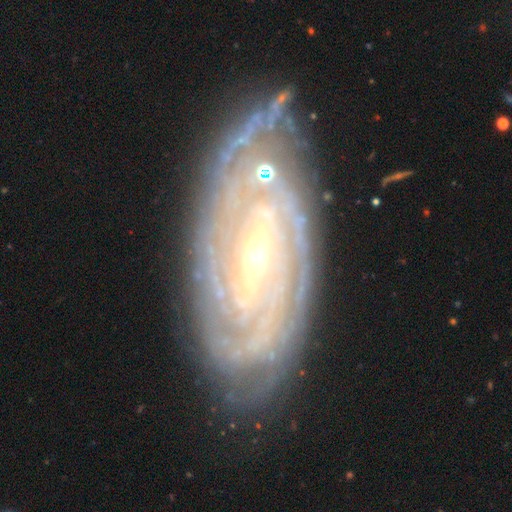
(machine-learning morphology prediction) A featured or disk galaxy (89%) with a weak bar (38%), tight (76%) spiral arms (97%) and a small central bulge (75%).

Vote fractions:
- Smooth or featured? featured or disk: 89% / star or artifact: 5% / smooth: 5%
- Edge-on disk? no: 94% / yes: 6%
- Bar? weak: 38% / strong: 35% / no: 27%
- Spiral arms? yes: 97% / no: 3%
- Spiral winding? tight: 76% / medium: 20% / loose: 4%
- Spiral arm count? can't tell: 26% / 4: 21% / 2: 17% / 3: 17% / more than 4: 12% / 1: 7%
- Bulge size? small: 75% / moderate: 21% / none: 1% / large: 1% / dominant: 1%
- Merging? none: 75% / minor disturbance: 17% / major disturbance: 5% / merger: 3%